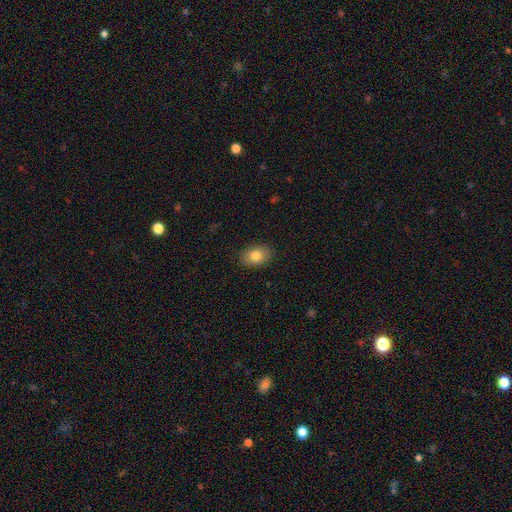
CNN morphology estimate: smooth 83%, featured or disk 9%, star or artifact 8%. Down the decision tree: how rounded — in between (84%); merging — none (88%).